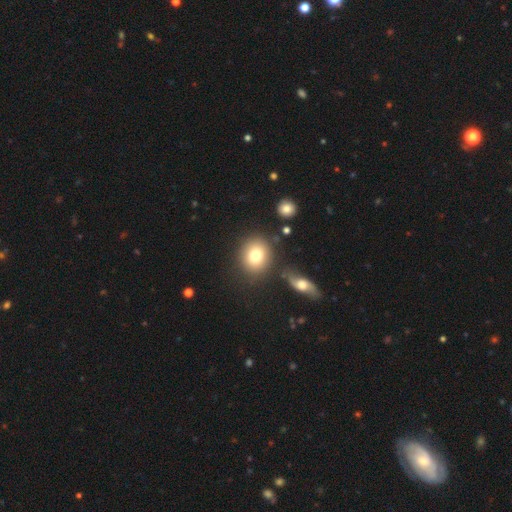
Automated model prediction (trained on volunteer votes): Smooth or featured?
  - smooth: 78% *
  - featured or disk: 12%
  - star or artifact: 10%
How rounded?
  - round: 72% *
  - in between: 27%
  - cigar-shaped: 1%
Merging?
  - none: 79% *
  - minor disturbance: 10%
  - merger: 7%
  - major disturbance: 4%